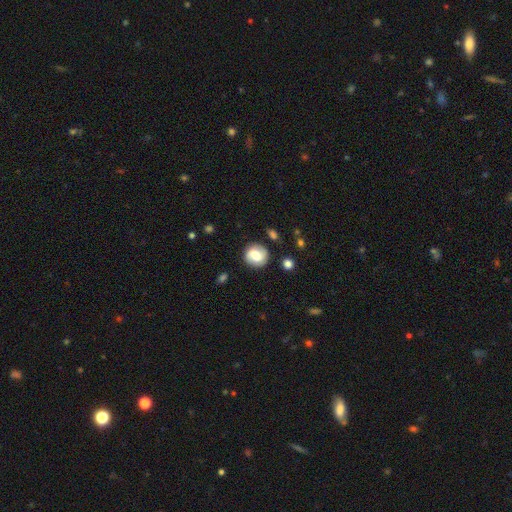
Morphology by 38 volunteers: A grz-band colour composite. It shows a smooth galaxy with no disk features (55%) that is round (95%). Merging: none (86%).